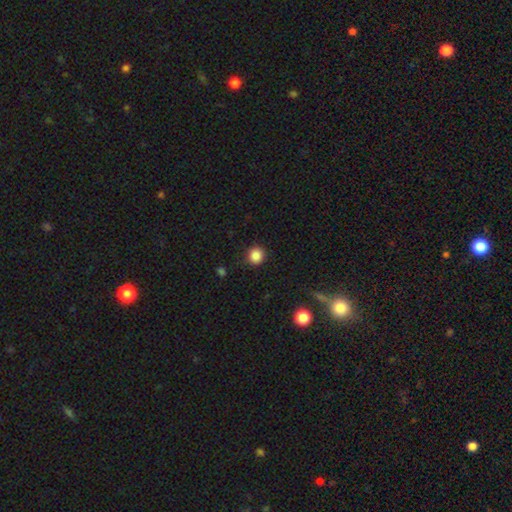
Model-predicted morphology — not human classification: Smooth or featured? smooth (86%)
How rounded? round (91%)
Merging? none (89%)